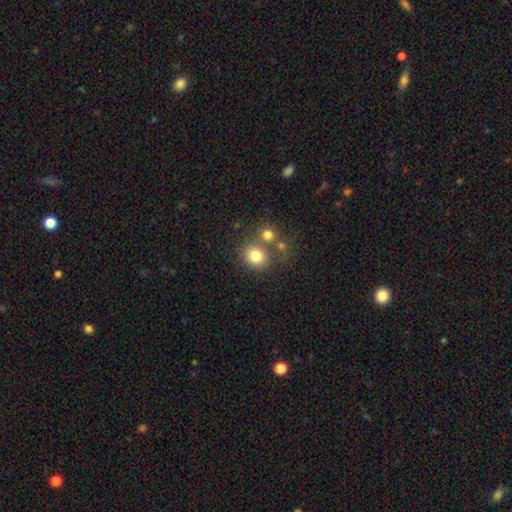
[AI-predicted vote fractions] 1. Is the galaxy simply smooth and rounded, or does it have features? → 78% smooth, 13% star or artifact, 9% featured or disk.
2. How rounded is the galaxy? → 79% round, 20% in between, 1% cigar-shaped.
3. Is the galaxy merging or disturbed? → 59% none, 26% merger, 10% minor disturbance, 5% major disturbance.